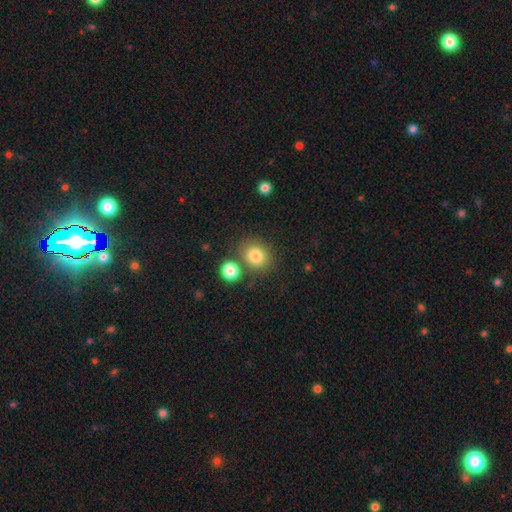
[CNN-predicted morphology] This appears to be a smooth galaxy with no disk features (82%) that is round (67%). Merging: none (73%).